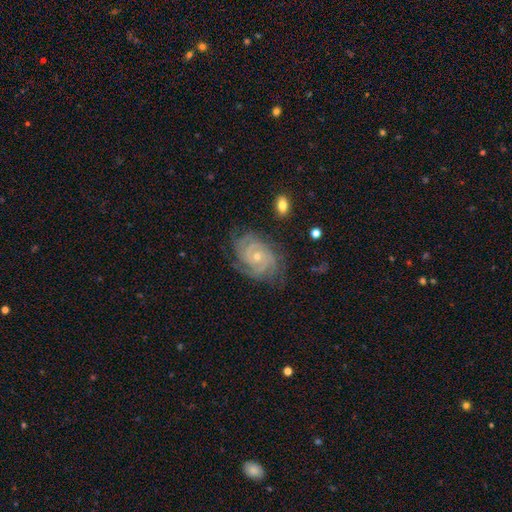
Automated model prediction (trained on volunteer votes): Q: Smooth or featured?
A: featured or disk (87%); runner-up: star or artifact (7%)
Q: Edge-on disk?
A: no (97%); runner-up: yes (3%)
Q: Bar?
A: no (70%); runner-up: weak (24%)
Q: Spiral arms?
A: yes (98%); runner-up: no (2%)
Q: Spiral winding?
A: tight (71%); runner-up: medium (24%)
Q: Spiral arm count?
A: 3 (28%); runner-up: 2 (25%)
Q: Bulge size?
A: small (67%); runner-up: moderate (30%)
Q: Merging?
A: none (75%); runner-up: minor disturbance (18%)